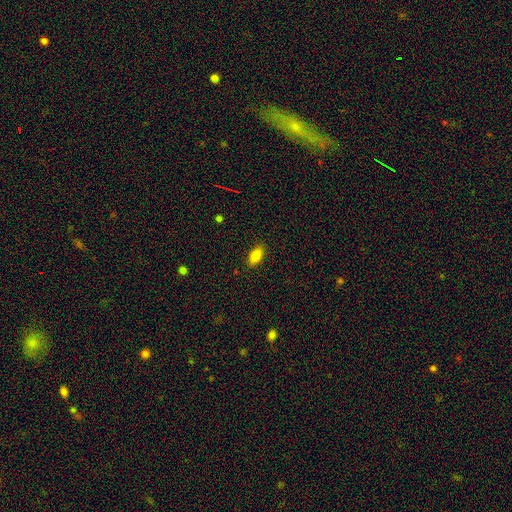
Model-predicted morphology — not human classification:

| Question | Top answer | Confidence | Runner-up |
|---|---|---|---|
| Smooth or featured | smooth | 84% | featured or disk (8%) |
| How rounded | in between | 88% | cigar-shaped (8%) |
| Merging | none | 87% | minor disturbance (9%) |